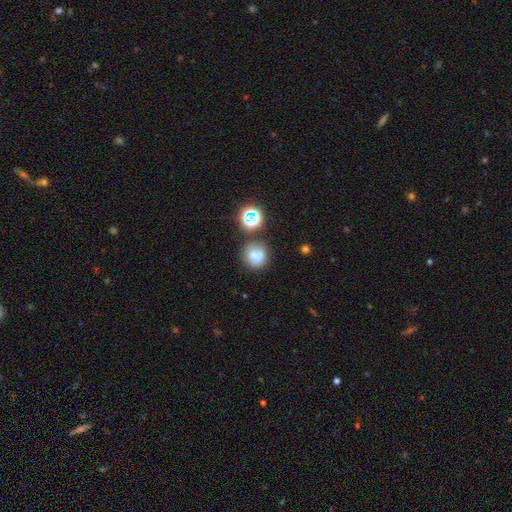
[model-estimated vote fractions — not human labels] Morphology: type=smooth (72%); roundness=round (85%); merging=none (63%).